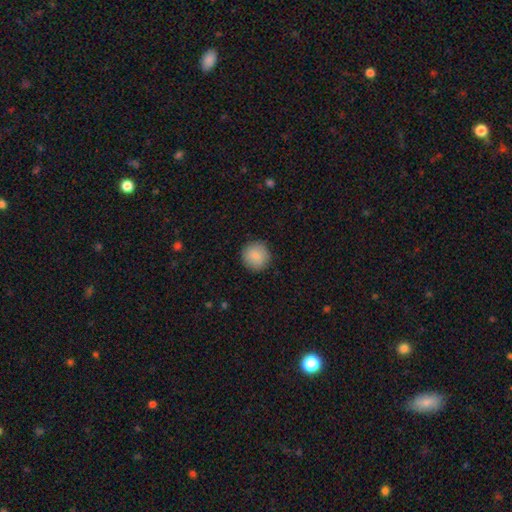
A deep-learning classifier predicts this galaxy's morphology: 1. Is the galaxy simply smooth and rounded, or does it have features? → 89% smooth, 7% star or artifact, 4% featured or disk.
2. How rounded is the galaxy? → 94% round, 5% in between, 1% cigar-shaped.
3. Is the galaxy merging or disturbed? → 91% none, 6% minor disturbance, 2% major disturbance, 1% merger.